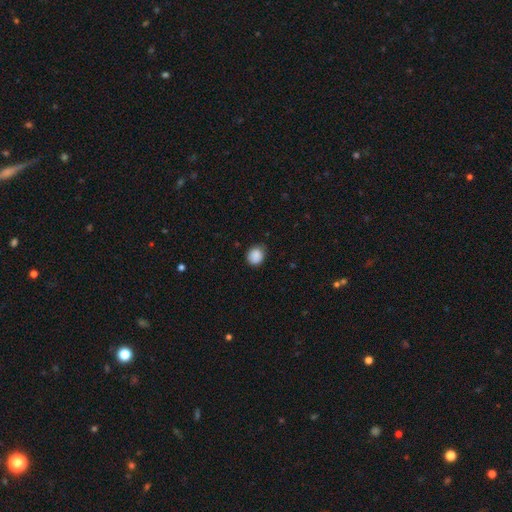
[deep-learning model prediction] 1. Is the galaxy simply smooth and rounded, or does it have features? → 88% smooth, 9% star or artifact, 4% featured or disk.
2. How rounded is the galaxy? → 76% round, 24% in between, 1% cigar-shaped.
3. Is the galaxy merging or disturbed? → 76% none, 20% minor disturbance, 4% major disturbance, 1% merger.